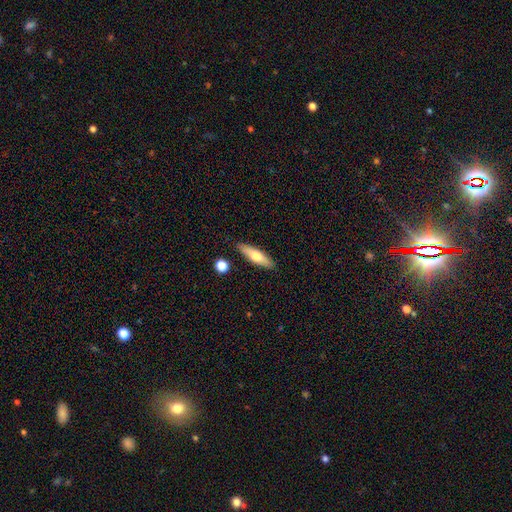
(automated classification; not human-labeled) Smooth or featured? smooth (64%)
How rounded? cigar-shaped (64%)
Merging? none (86%)